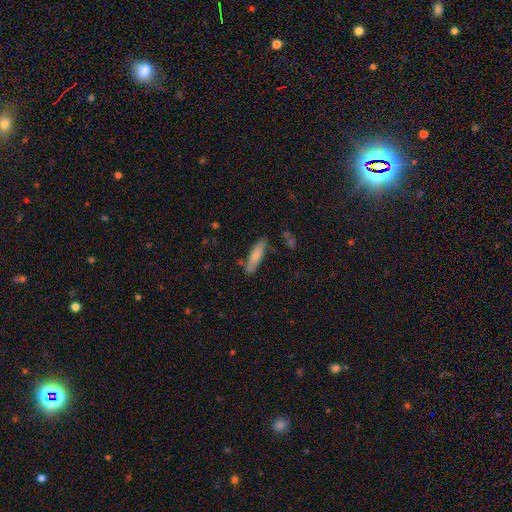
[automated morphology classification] This appears to be a smooth galaxy with no disk features (77%) that is cigar-shaped (71%). Merging: none (77%).